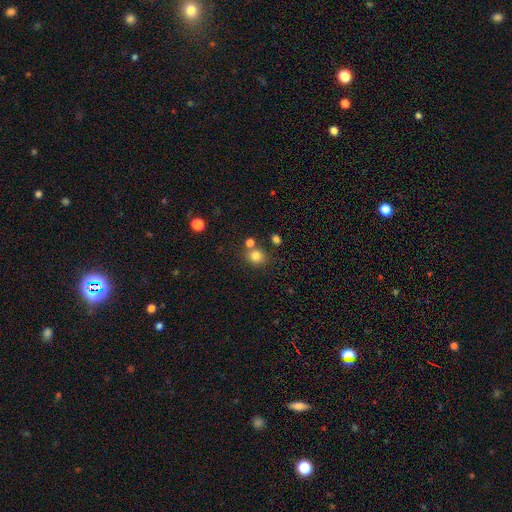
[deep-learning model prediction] This appears to be a smooth galaxy with no disk features (81%) that is round (79%). Merging: none (68%).